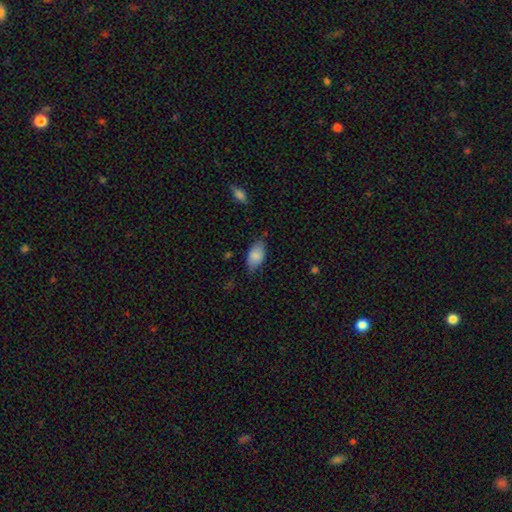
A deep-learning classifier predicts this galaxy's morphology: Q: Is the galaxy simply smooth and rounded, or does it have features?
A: smooth — 85%.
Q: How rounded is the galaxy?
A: in between — 93%.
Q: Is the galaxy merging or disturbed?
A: none — 73%.